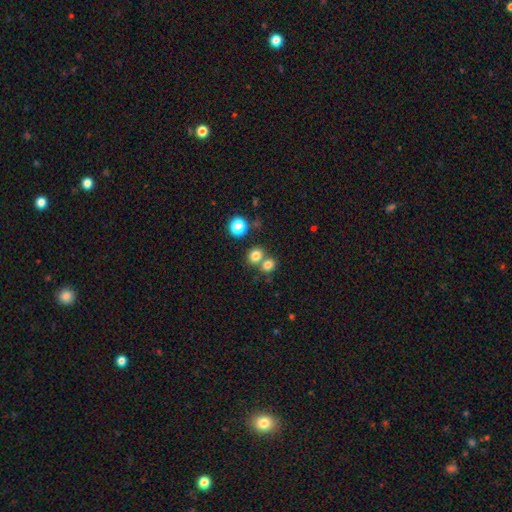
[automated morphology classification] smooth-or-featured: smooth: 79% | star or artifact: 14% | featured or disk: 7%
  how-rounded: round: 70% | in between: 29% | cigar-shaped: 1%
  merging: none: 52% | merger: 38% | minor disturbance: 7% | major disturbance: 3%